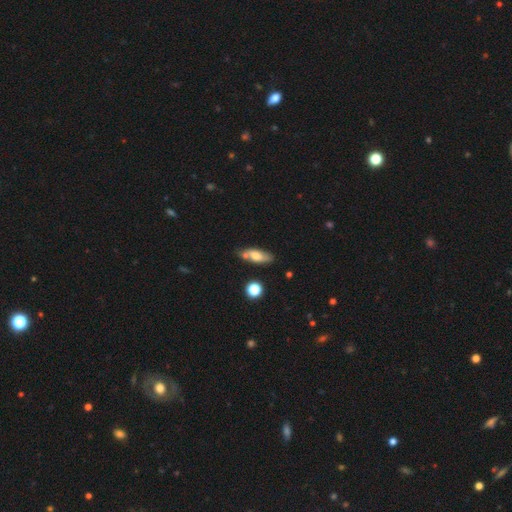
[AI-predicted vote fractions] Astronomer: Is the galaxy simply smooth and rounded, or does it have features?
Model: smooth — 66%.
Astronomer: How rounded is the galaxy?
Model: in between — 65%.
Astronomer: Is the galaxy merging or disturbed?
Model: none — 64%.